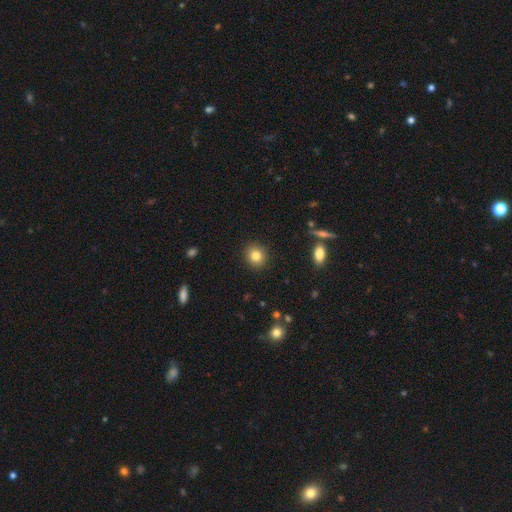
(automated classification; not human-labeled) A smooth galaxy with no disk features (82%) that is round (83%).

Vote fractions:
- Smooth or featured? smooth: 82% / star or artifact: 10% / featured or disk: 8%
- How rounded? round: 83% / in between: 16% / cigar-shaped: 1%
- Merging? none: 91% / minor disturbance: 6% / major disturbance: 2% / merger: 1%